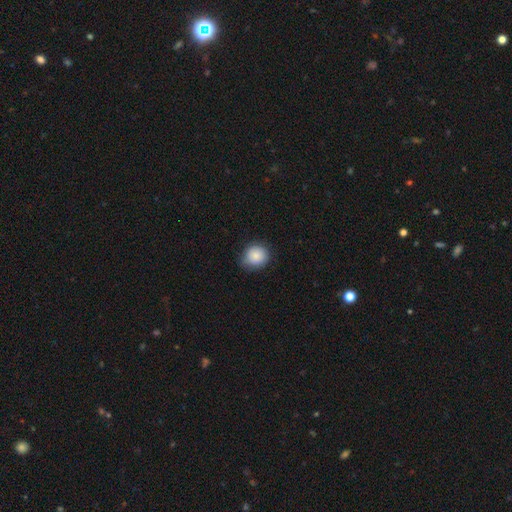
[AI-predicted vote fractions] Smooth or featured?
  - smooth: 84% *
  - featured or disk: 8%
  - star or artifact: 8%
How rounded?
  - round: 84% *
  - in between: 15%
  - cigar-shaped: 1%
Merging?
  - none: 74% *
  - minor disturbance: 21%
  - major disturbance: 4%
  - merger: 1%